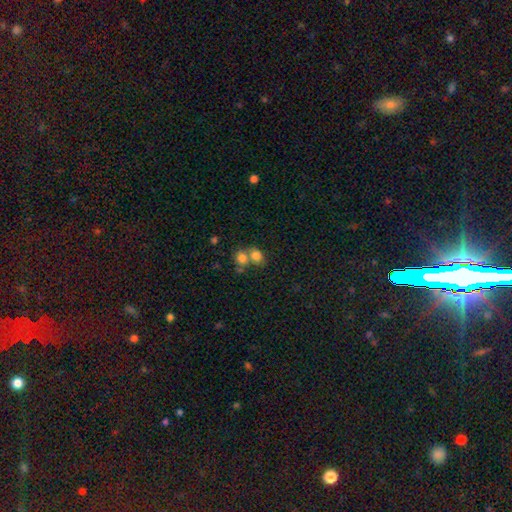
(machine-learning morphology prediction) Smooth or featured?
  - smooth: 79% *
  - star or artifact: 11%
  - featured or disk: 10%
How rounded?
  - round: 61% *
  - in between: 38%
  - cigar-shaped: 1%
Merging?
  - merger: 55% *
  - none: 34%
  - minor disturbance: 7%
  - major disturbance: 3%